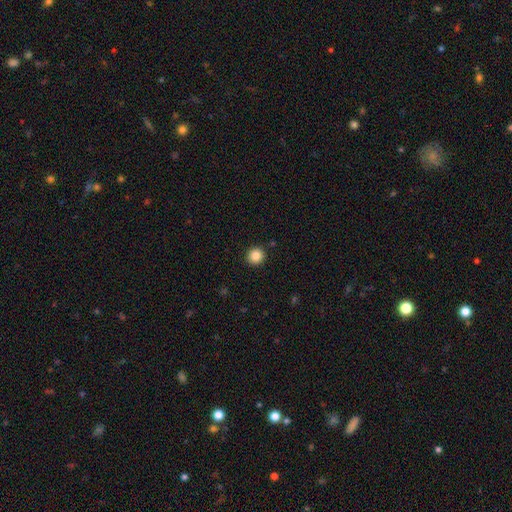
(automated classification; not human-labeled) Smooth or featured? Predicted: smooth (p=0.86). How rounded? Predicted: round (p=0.92). Merging? Predicted: none (p=0.92).